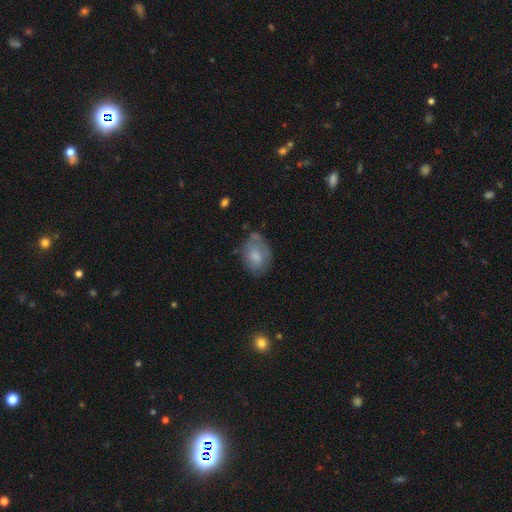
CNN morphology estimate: The model was most divided on "merging": none: 55%, minor disturbance: 30%, major disturbance: 11%, merger: 4%. More confident: how rounded — in between (77%); smooth or featured — smooth (68%).